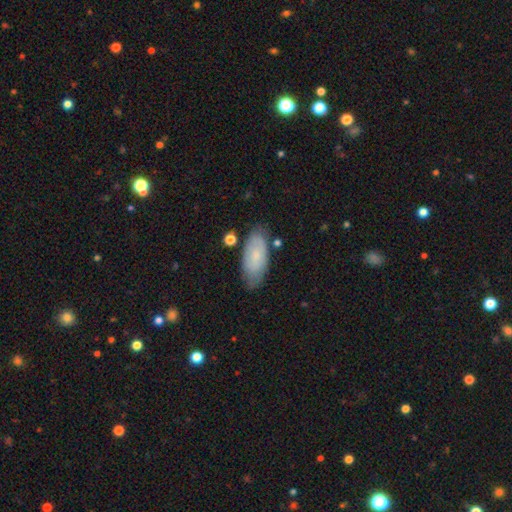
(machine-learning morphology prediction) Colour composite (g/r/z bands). It shows a smooth galaxy with no disk features (69%) that is in between round and cigar-shaped (89%). Merging: none (73%).